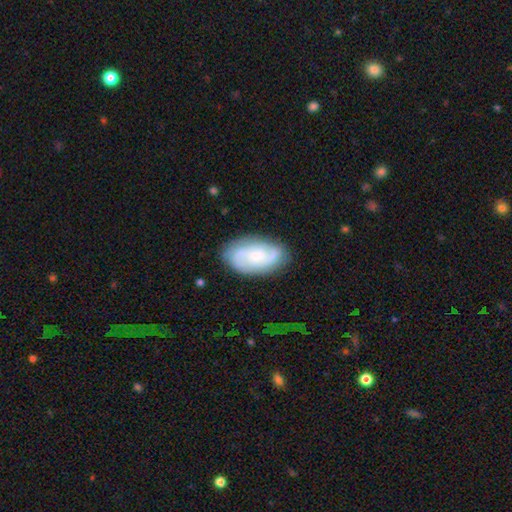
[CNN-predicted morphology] Smooth or featured: featured or disk — 67% (smooth — 26%)
Edge-on disk: no — 96% (yes — 4%)
Bar: no — 62% (weak — 32%)
Spiral arms: yes — 94% (no — 6%)
Spiral winding: tight — 42% (medium — 41%)
Spiral arm count: 2 — 53% (can't tell — 20%)
Bulge size: small — 44% (moderate — 28%)
Merging: none — 78% (minor disturbance — 15%)